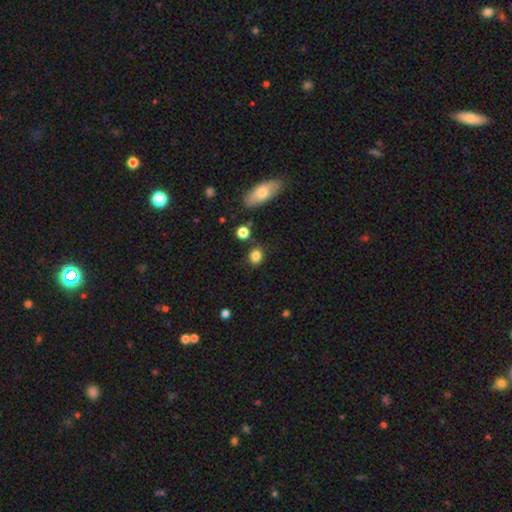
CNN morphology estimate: Smooth or featured: smooth — 84% (star or artifact — 10%)
How rounded: round — 70% (in between — 28%)
Merging: none — 81% (minor disturbance — 10%)